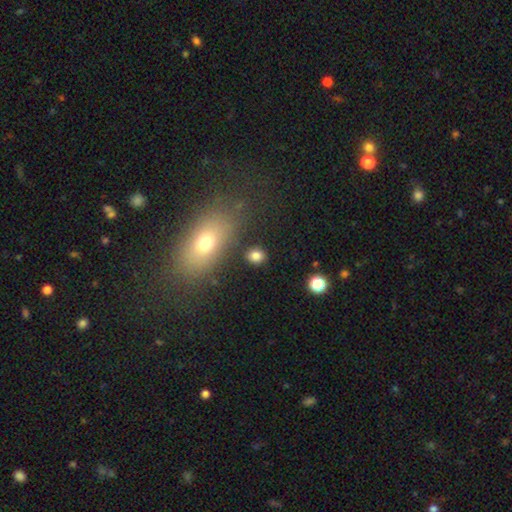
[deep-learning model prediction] This appears to be a smooth galaxy with no disk features (81%) that is round (55%). Merging: none (85%).